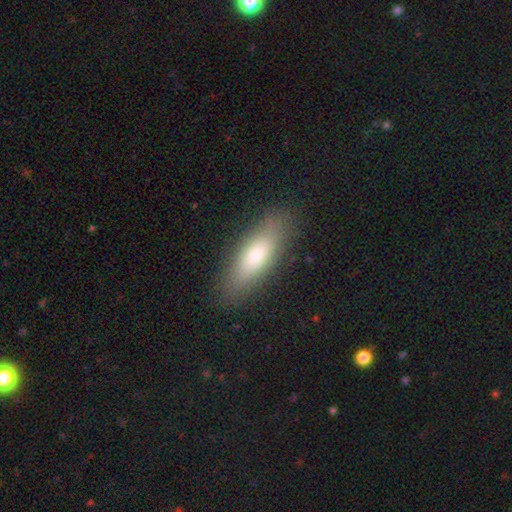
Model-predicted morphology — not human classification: Smooth or featured?
  - smooth: 76% *
  - featured or disk: 18%
  - star or artifact: 7%
How rounded?
  - in between: 58% *
  - cigar-shaped: 40%
  - round: 2%
Merging?
  - none: 85% *
  - minor disturbance: 11%
  - major disturbance: 3%
  - merger: 1%